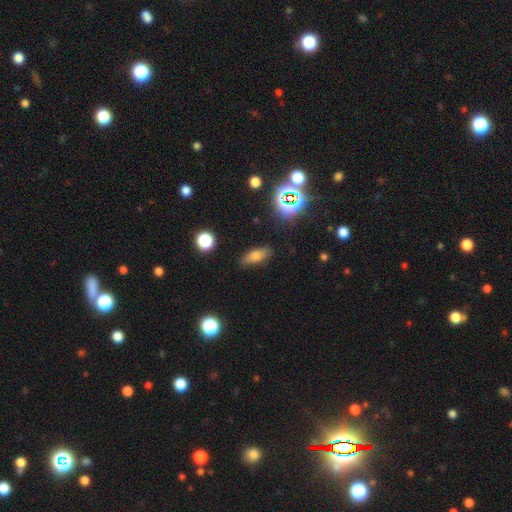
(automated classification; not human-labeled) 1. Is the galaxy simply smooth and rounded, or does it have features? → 70% smooth, 15% featured or disk, 15% star or artifact.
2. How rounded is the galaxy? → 73% in between, 21% cigar-shaped, 6% round.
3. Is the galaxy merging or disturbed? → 84% none, 11% minor disturbance, 3% major disturbance, 2% merger.